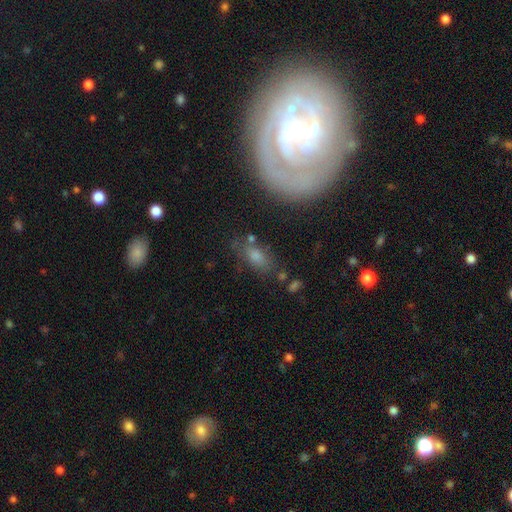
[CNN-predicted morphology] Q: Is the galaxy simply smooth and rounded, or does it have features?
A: smooth — 58%.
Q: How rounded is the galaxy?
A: in between — 79%.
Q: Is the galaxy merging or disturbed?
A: none — 67%.